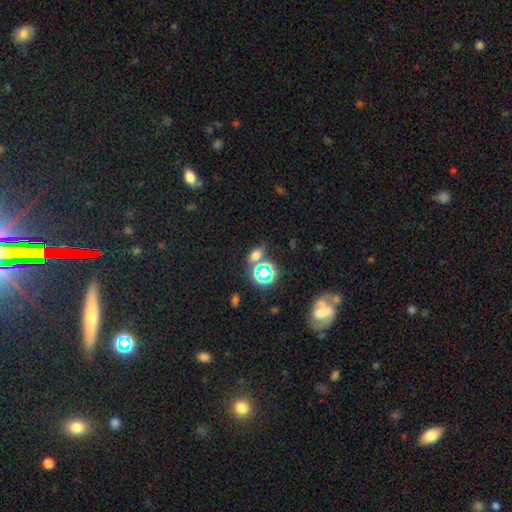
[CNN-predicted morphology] Overall: smooth (55%; star or artifact 36%). How rounded: in between (68%). Merging: none (68%).